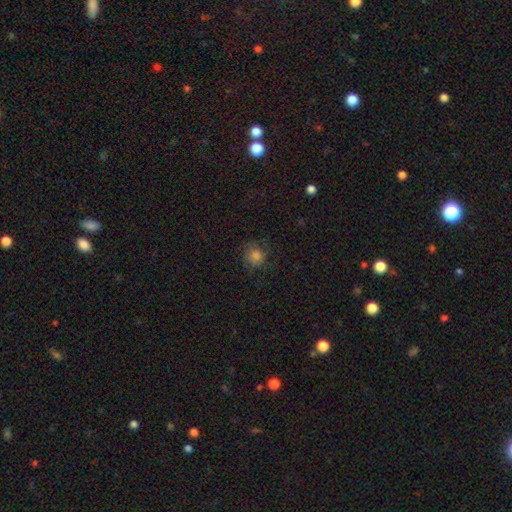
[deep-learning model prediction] Overall: smooth (71%). How rounded: round (89%). Merging: none (73%).